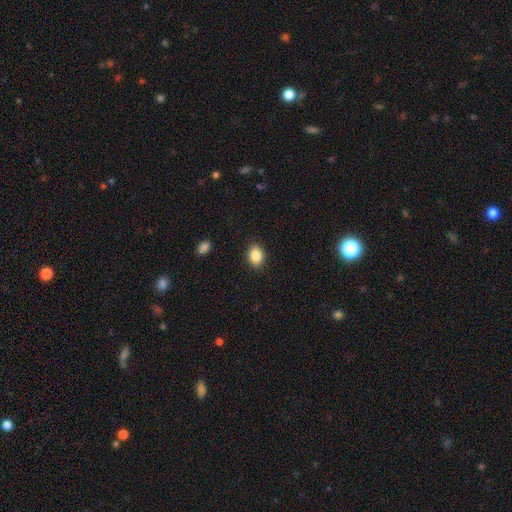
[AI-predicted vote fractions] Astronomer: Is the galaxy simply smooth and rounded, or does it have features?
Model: smooth — 88%.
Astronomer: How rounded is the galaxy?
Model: in between — 64%.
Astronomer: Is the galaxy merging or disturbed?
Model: none — 89%.